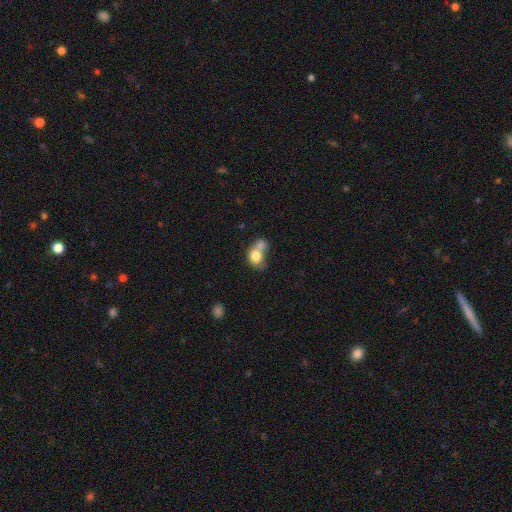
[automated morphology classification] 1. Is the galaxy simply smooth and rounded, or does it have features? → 76% smooth, 15% featured or disk, 9% star or artifact.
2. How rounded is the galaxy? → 58% round, 41% in between, 1% cigar-shaped.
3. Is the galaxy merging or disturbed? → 61% merger, 23% none, 10% minor disturbance, 6% major disturbance.